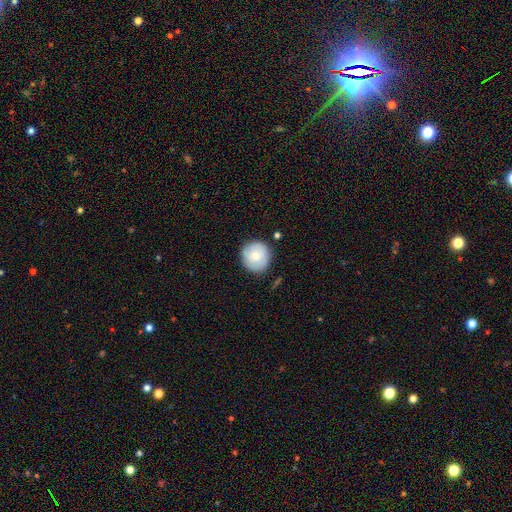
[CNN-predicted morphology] This appears to be a smooth galaxy with no disk features (66%) that is round (93%). Merging: none (82%).